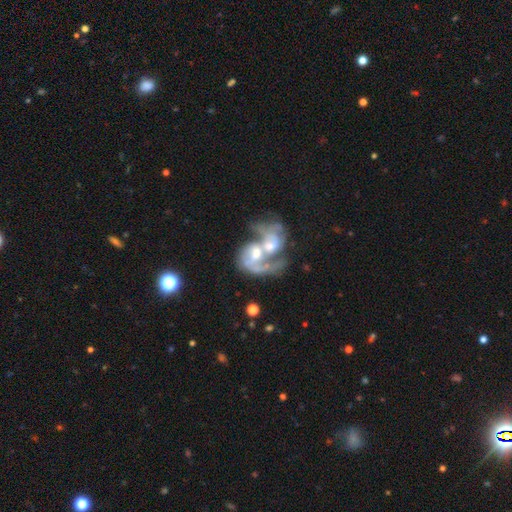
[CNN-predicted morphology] Smooth or featured?
  - featured or disk: 75% *
  - smooth: 18%
  - star or artifact: 7%
Edge-on disk?
  - no: 97% *
  - yes: 3%
Bar?
  - no: 60% *
  - weak: 31%
  - strong: 9%
Spiral arms?
  - yes: 75% *
  - no: 25%
Spiral winding?
  - loose: 42% *
  - medium: 39%
  - tight: 19%
Spiral arm count?
  - 2: 46% *
  - 1: 28%
  - can't tell: 19%
  - 3: 4%
  - 4: 2%
  - more than 4: 2%
Bulge size?
  - moderate: 58% *
  - small: 17%
  - large: 15%
  - none: 8%
  - dominant: 2%
Merging?
  - merger: 75% *
  - major disturbance: 12%
  - none: 8%
  - minor disturbance: 5%